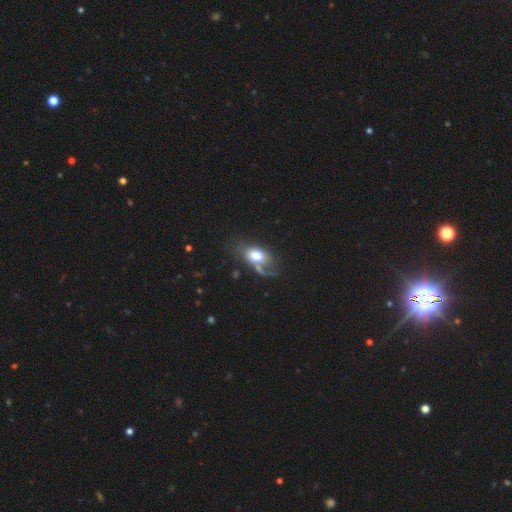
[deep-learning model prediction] Overall: smooth (66%). How rounded: in between (84%). Merging: none (42%; major disturbance 23%).